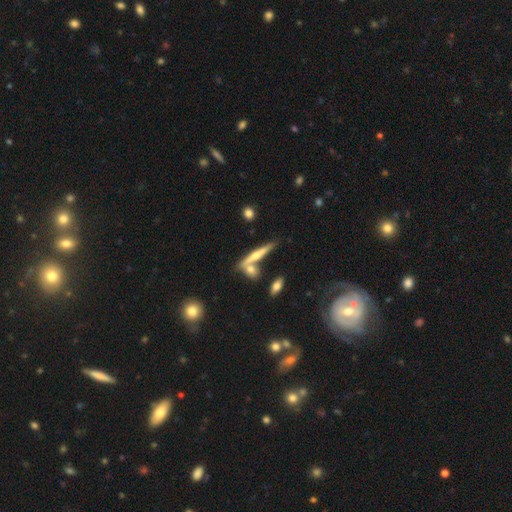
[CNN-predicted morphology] This is possibly a featured or disk galaxy (58%). It is clearly viewed edge-on (93%). Edge-on bulge: clearly rounded (82%). Merging: possibly none (60%).